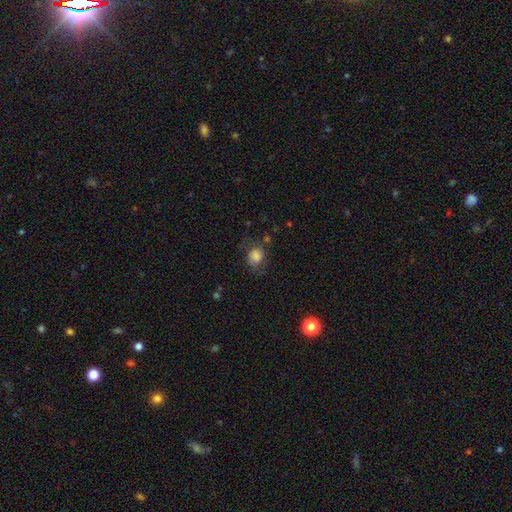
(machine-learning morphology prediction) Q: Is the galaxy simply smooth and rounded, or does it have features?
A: smooth — 78%.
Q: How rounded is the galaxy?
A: round — 61%.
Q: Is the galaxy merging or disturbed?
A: none — 55%.